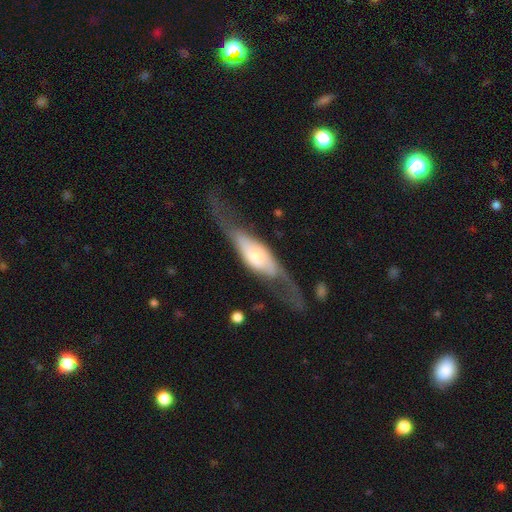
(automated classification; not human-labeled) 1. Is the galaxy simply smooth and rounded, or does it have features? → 70% featured or disk, 25% smooth, 5% star or artifact.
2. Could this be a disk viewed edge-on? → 54% no, 46% yes.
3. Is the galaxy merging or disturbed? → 50% none, 27% major disturbance, 20% minor disturbance, 3% merger.